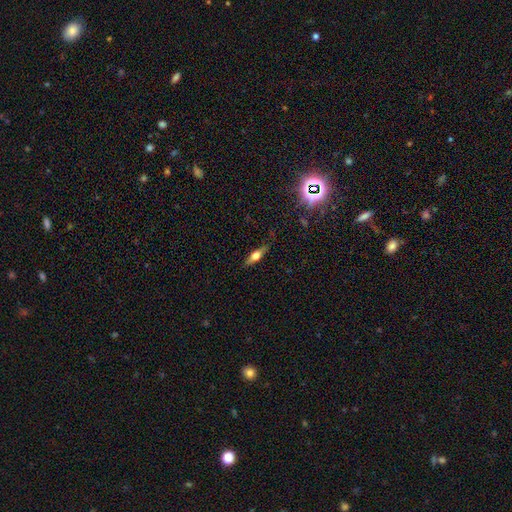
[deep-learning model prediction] This is possibly a featured or disk galaxy (51%). It is clearly viewed edge-on (91%). Merging: clearly none (83%).